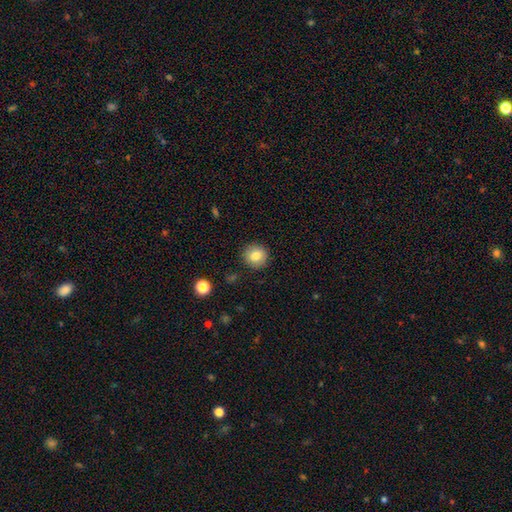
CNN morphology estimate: The model was most divided on "smooth or featured": smooth: 82%, star or artifact: 9%, featured or disk: 8%. More confident: how rounded — round (91%); merging — none (90%).